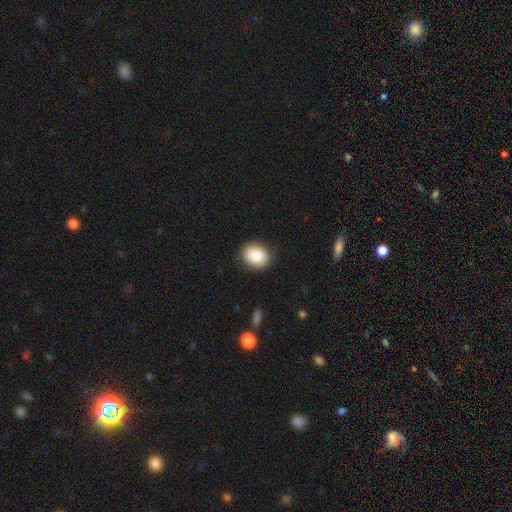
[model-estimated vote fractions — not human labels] Morphology: type=smooth (86%); roundness=in between (52%); merging=none (88%).